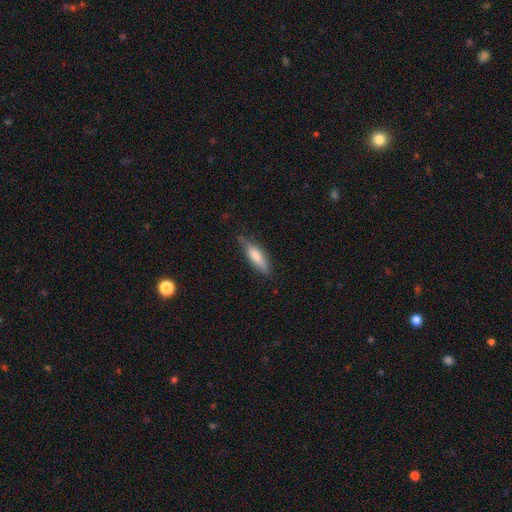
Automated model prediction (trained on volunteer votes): Smooth or featured? Predicted: smooth (p=0.67). How rounded? Predicted: cigar-shaped (p=0.61). Merging? Predicted: none (p=0.71).